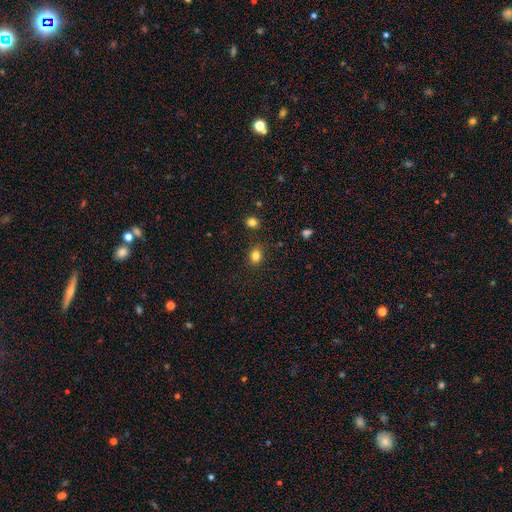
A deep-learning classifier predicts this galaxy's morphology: The model was most divided on "how rounded": round: 55%, in between: 44%, cigar-shaped: 1%. More confident: merging — none (85%); smooth or featured — smooth (83%).